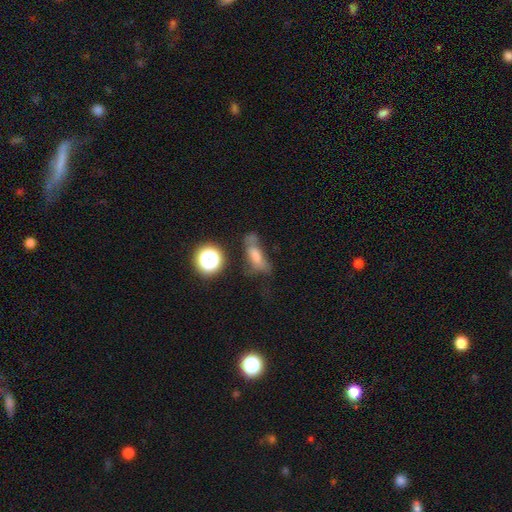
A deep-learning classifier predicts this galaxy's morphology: A smooth galaxy with no disk features (41%). Merging: none (45%).